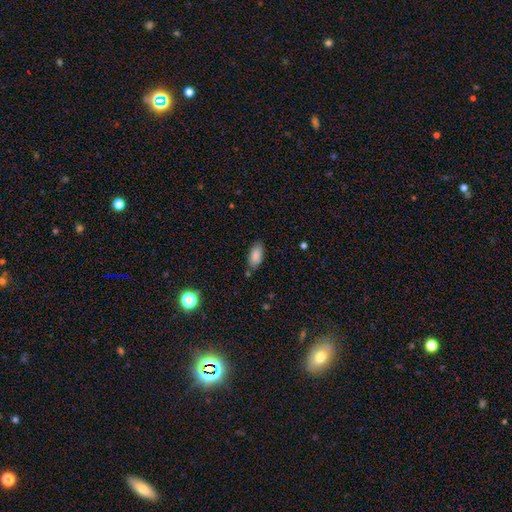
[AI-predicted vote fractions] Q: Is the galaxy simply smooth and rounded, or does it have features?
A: smooth — 85%.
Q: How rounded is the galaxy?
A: in between — 89%.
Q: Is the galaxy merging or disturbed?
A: none — 77%.